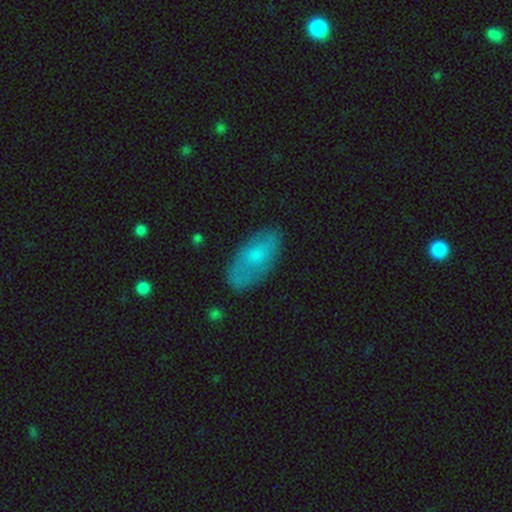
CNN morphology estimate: type=smooth (68%); roundness=in between (92%); merging=none (74%).